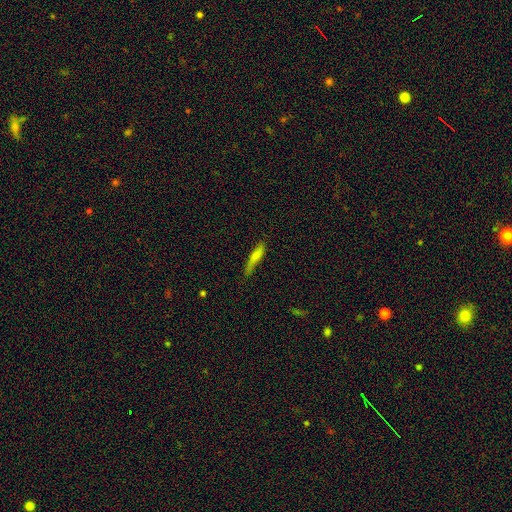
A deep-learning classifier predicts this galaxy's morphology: Overall: smooth (69%). How rounded: cigar-shaped (85%). Merging: none (66%; minor disturbance 26%).